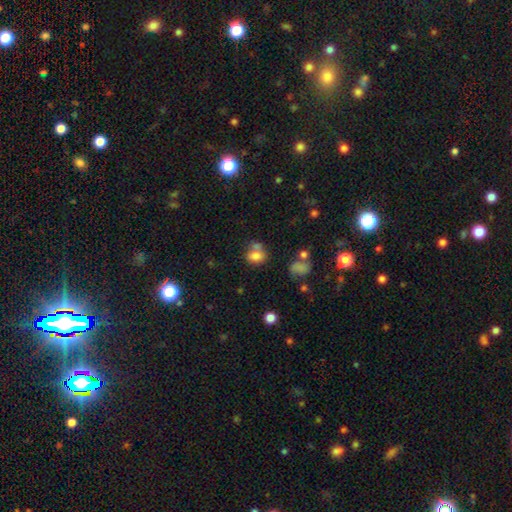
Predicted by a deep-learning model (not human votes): Smooth or featured: smooth — 77% (star or artifact — 12%)
How rounded: in between — 53% (round — 45%)
Merging: none — 46% (merger — 29%)